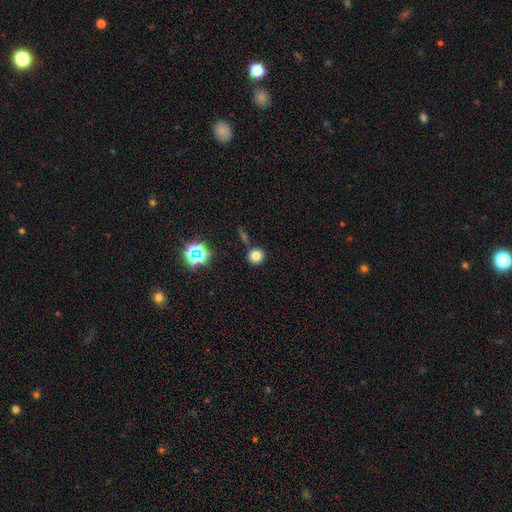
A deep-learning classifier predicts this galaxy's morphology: The model was most divided on "smooth or featured": smooth: 76%, star or artifact: 17%, featured or disk: 7%. More confident: how rounded — round (92%); merging — none (82%).